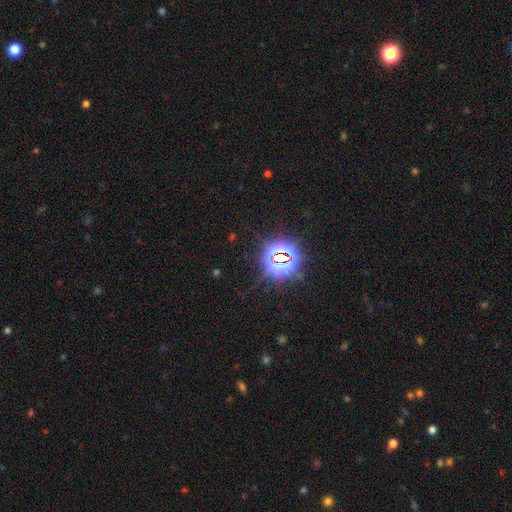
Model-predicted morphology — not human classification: smooth-or-featured: star or artifact: 83% | smooth: 11% | featured or disk: 6%